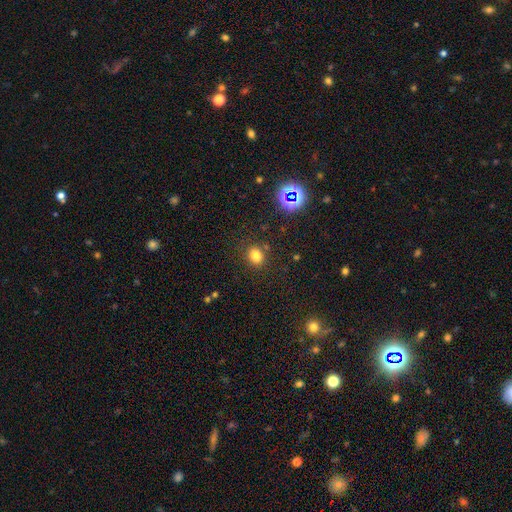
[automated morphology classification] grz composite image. It shows a smooth galaxy with no disk features (76%) that is round (64%). Merging: none (83%).